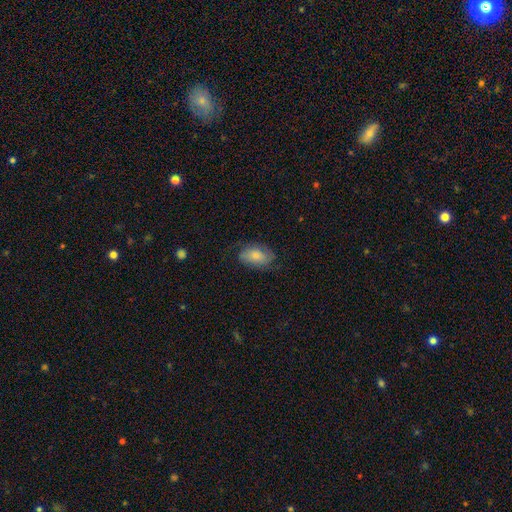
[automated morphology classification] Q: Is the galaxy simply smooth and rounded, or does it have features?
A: smooth — 72%.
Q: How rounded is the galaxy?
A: in between — 90%.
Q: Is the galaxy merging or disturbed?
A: none — 66%.